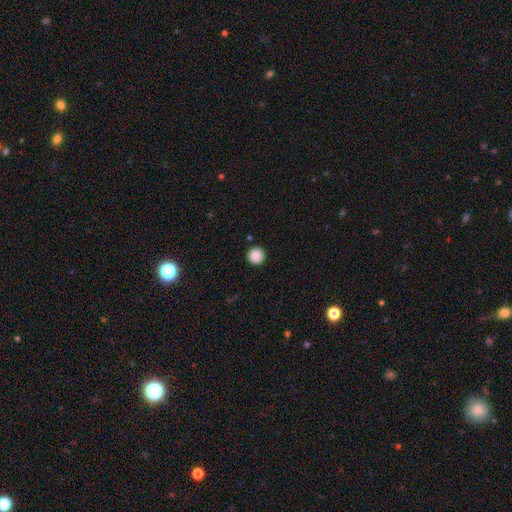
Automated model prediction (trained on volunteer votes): Smooth or featured? smooth (88%)
How rounded? round (96%)
Merging? none (93%)